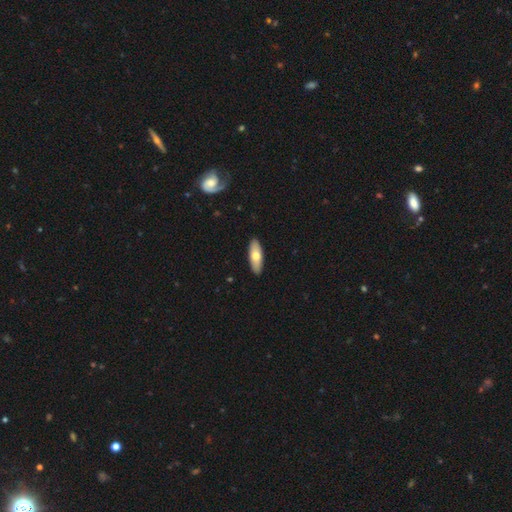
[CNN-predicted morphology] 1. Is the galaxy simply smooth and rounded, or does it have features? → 65% smooth, 30% featured or disk, 5% star or artifact.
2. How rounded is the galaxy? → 67% in between, 30% cigar-shaped, 2% round.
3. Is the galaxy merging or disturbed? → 90% none, 7% minor disturbance, 1% major disturbance, 1% merger.